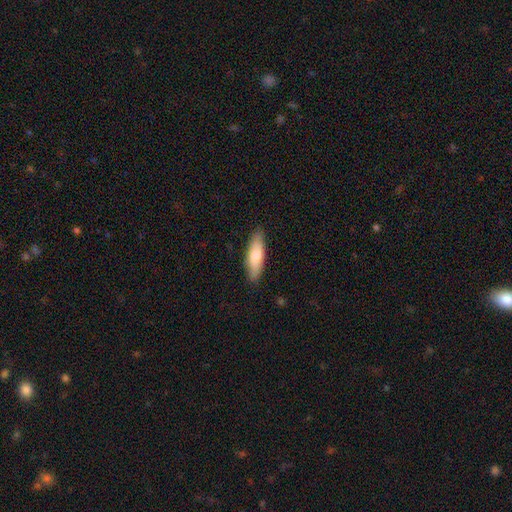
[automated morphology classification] Smooth or featured?
  - smooth: 72% *
  - featured or disk: 23%
  - star or artifact: 5%
How rounded?
  - cigar-shaped: 50% *
  - in between: 48%
  - round: 2%
Merging?
  - none: 87% *
  - minor disturbance: 10%
  - major disturbance: 2%
  - merger: 1%